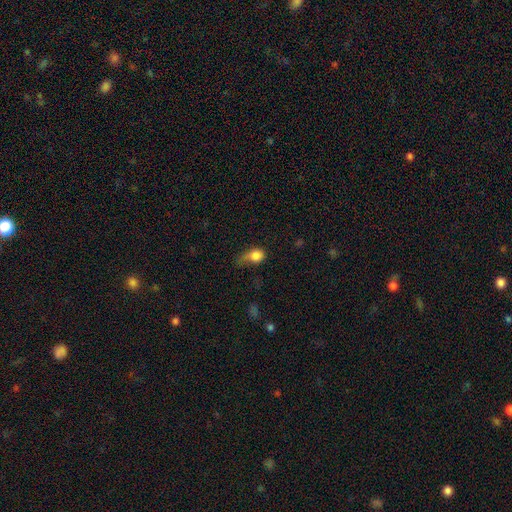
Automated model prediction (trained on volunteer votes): smooth_or_featured: smooth (p=0.79) [alt: featured or disk p=0.11]
how_rounded: round (p=0.56) [alt: in between p=0.42]
merging: major disturbance (p=0.37) [alt: minor disturbance p=0.33]